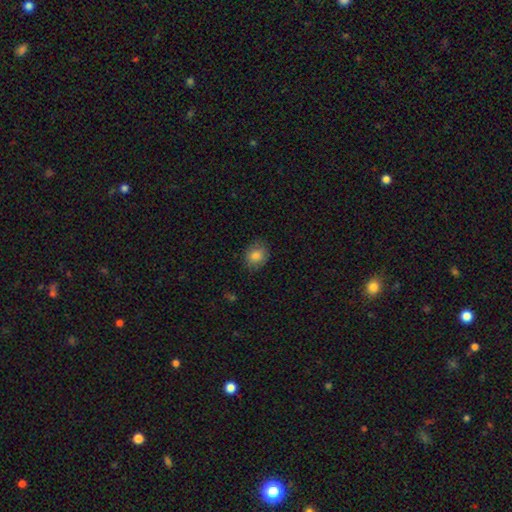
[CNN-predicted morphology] Smooth or featured? smooth (83%)
How rounded? round (58%)
Merging? none (78%)